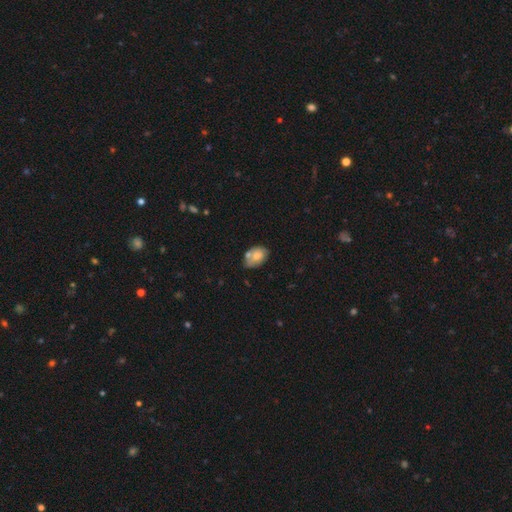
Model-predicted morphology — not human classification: This is likely a smooth galaxy (68%). How rounded: clearly in between (86%). Merging: possibly none (48%).